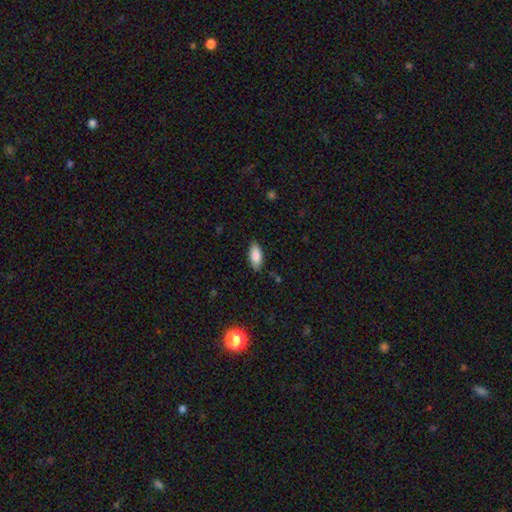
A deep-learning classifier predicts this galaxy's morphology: smooth_or_featured: smooth (p=0.87) [alt: star or artifact p=0.07]
how_rounded: in between (p=0.88) [alt: cigar-shaped p=0.10]
merging: none (p=0.84) [alt: minor disturbance p=0.13]